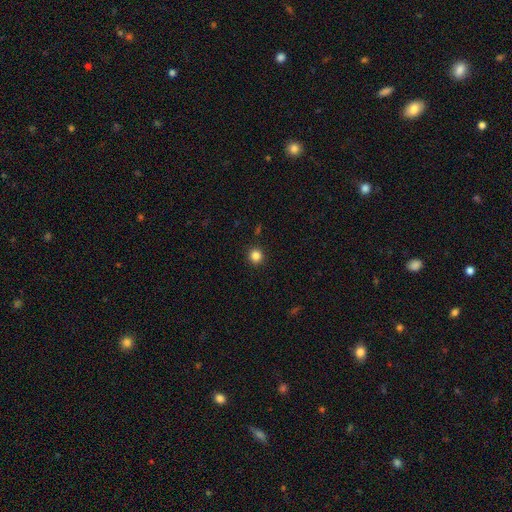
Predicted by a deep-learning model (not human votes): This appears to be a smooth galaxy with no disk features (84%) that is round (94%). Merging: none (92%).